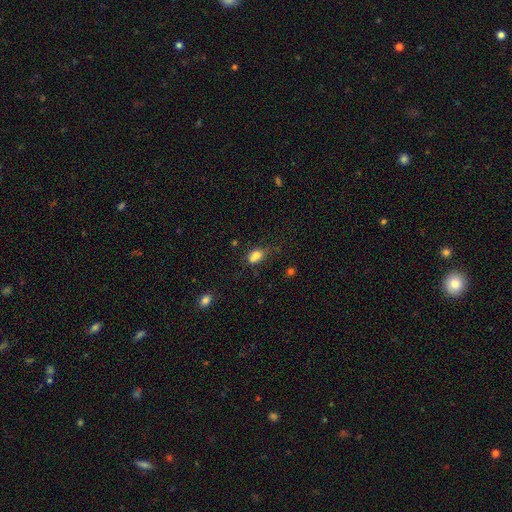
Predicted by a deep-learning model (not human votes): Smooth or featured? smooth (79%)
How rounded? in between (81%)
Merging? none (45%)